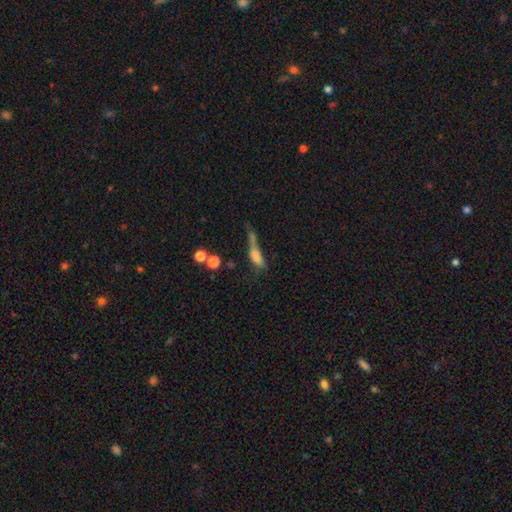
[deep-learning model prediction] Smooth or featured?
  - smooth: 63% *
  - featured or disk: 24%
  - star or artifact: 13%
How rounded?
  - cigar-shaped: 48% *
  - in between: 46%
  - round: 7%
Merging?
  - major disturbance: 34% *
  - none: 23%
  - merger: 22%
  - minor disturbance: 21%